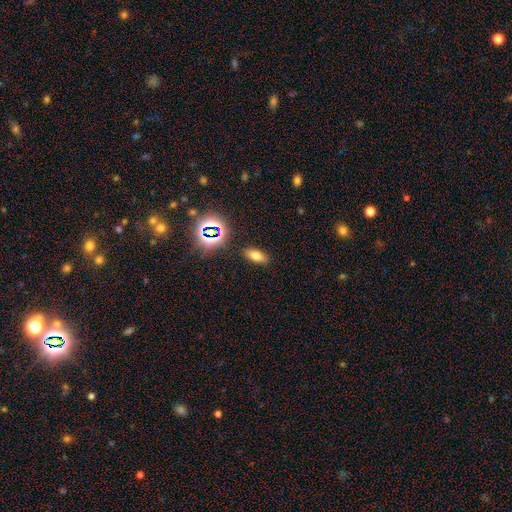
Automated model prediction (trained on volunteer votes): A smooth galaxy with no disk features (69%) that is in between round and cigar-shaped (82%).

Vote fractions:
- Smooth or featured? smooth: 69% / star or artifact: 20% / featured or disk: 11%
- How rounded? in between: 82% / cigar-shaped: 11% / round: 6%
- Merging? none: 87% / minor disturbance: 9% / major disturbance: 3% / merger: 2%